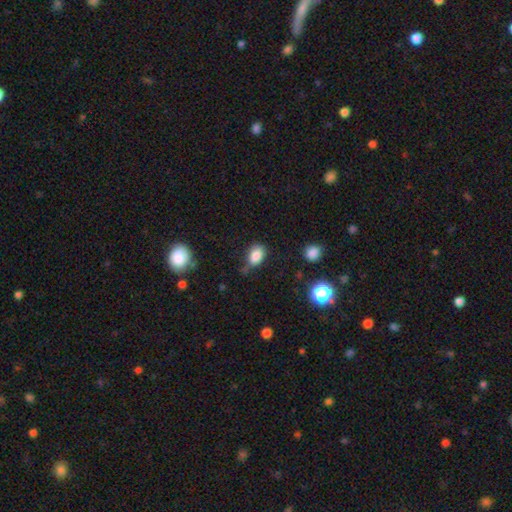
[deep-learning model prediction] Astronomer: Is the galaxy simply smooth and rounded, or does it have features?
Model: smooth — 83%.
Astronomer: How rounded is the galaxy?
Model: in between — 82%.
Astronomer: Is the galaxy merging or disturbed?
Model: none — 60%.